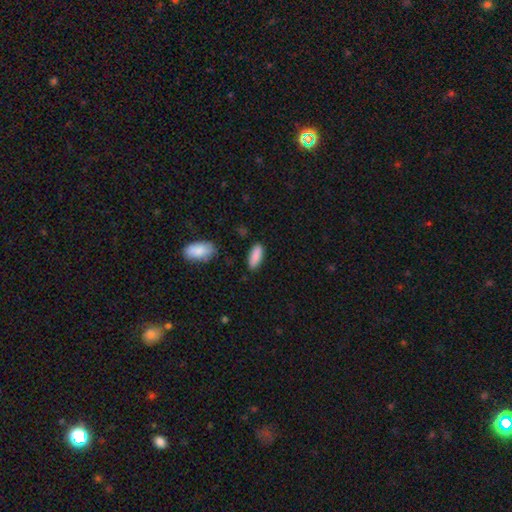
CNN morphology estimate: smooth-or-featured: smooth: 89% | star or artifact: 6% | featured or disk: 5%
  how-rounded: in between: 71% | cigar-shaped: 27% | round: 2%
  merging: none: 84% | minor disturbance: 12% | major disturbance: 3% | merger: 2%